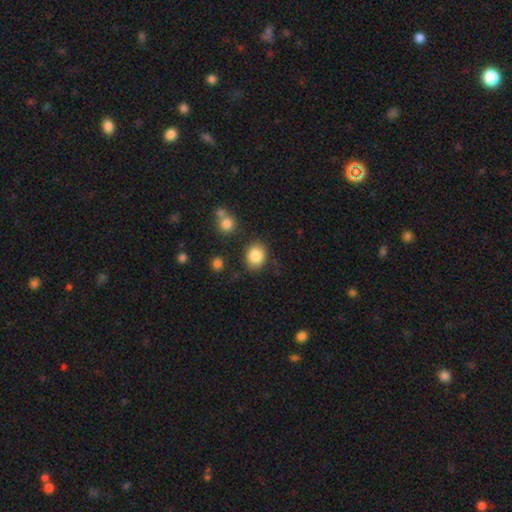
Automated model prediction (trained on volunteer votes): smooth-or-featured: smooth: 85% | star or artifact: 9% | featured or disk: 6%
  how-rounded: round: 55% | in between: 44% | cigar-shaped: 1%
  merging: none: 79% | minor disturbance: 13% | merger: 4% | major disturbance: 4%